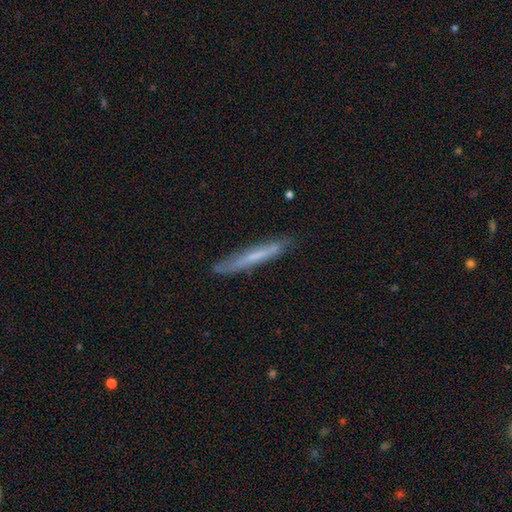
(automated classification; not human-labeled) This appears to be a smooth galaxy with no disk features (50%). Merging: none (81%).